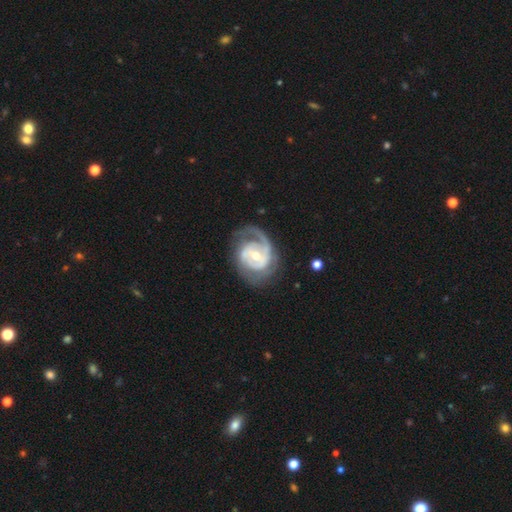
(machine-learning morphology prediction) smooth-or-featured: featured or disk: 87% | smooth: 9% | star or artifact: 4%
  disk-edge-on: no: 98% | yes: 2%
    bar: weak: 48% | no: 34% | strong: 18%
    has-spiral-arms: yes: 94% | no: 6%
      spiral-winding: tight: 46% | medium: 40% | loose: 14%
      spiral-arm-count: 2: 49% | 1: 23% | can't tell: 15% | 3: 9% | 4: 2% | more than 4: 2%
    bulge-size: moderate: 55% | small: 40% | large: 3% | none: 1% | dominant: 1%
  merging: none: 59% | minor disturbance: 21% | major disturbance: 18% | merger: 2%